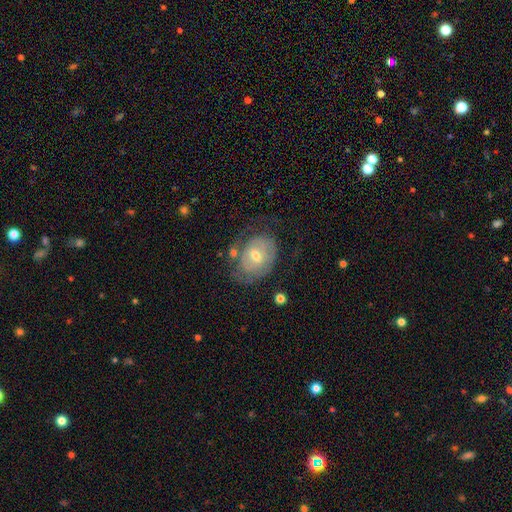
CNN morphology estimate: Smooth or featured? Predicted: featured or disk (p=0.58). Edge-on disk? Predicted: no (p=0.95). Bar? Predicted: no (p=0.53). Spiral arms? Predicted: yes (p=0.59). Bulge size? Predicted: moderate (p=0.59). Merging? Predicted: none (p=0.51).